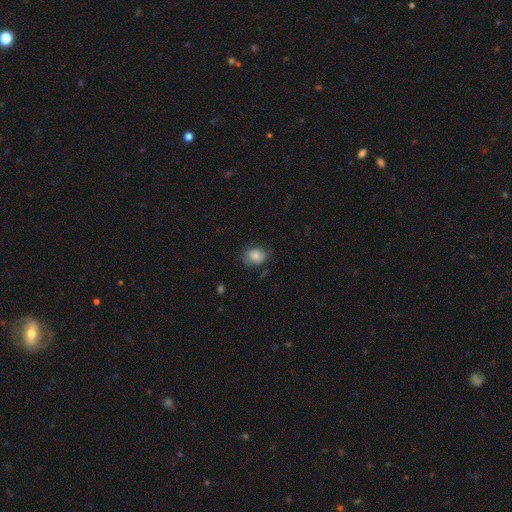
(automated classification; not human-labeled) Overall: smooth (75%). How rounded: in between (54%; round 45%). Merging: none (61%; minor disturbance 27%).